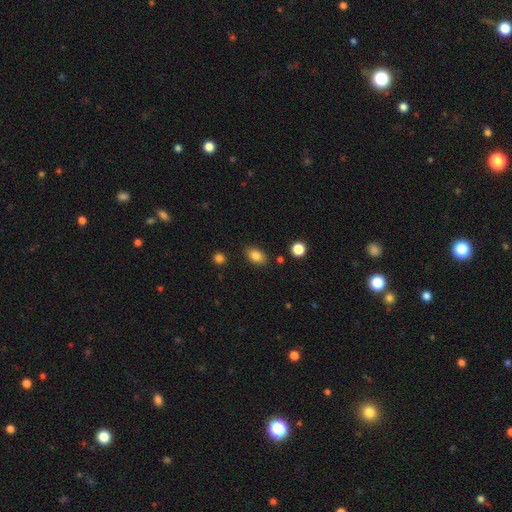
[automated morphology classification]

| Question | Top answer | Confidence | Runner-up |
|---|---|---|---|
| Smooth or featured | smooth | 84% | star or artifact (9%) |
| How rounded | in between | 84% | round (15%) |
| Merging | none | 83% | minor disturbance (11%) |